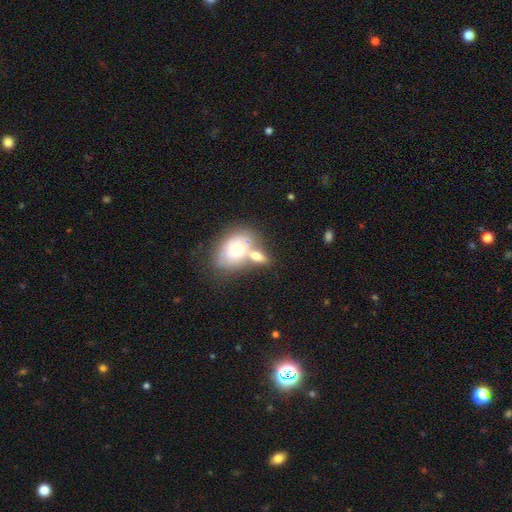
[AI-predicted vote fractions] Smooth or featured? Predicted: smooth (p=0.60). How rounded? Predicted: in between (p=0.77). Merging? Predicted: merger (p=0.49).